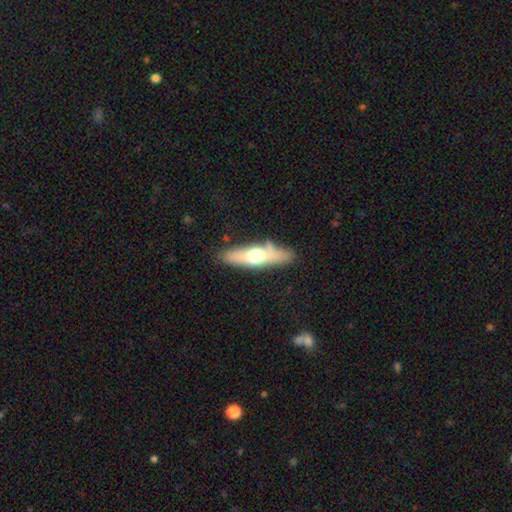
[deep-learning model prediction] smooth_or_featured: featured or disk (p=0.53) [alt: smooth p=0.42]
disk_edge_on: yes (p=0.85) [alt: no p=0.15]
merging: none (p=0.76) [alt: minor disturbance p=0.15]